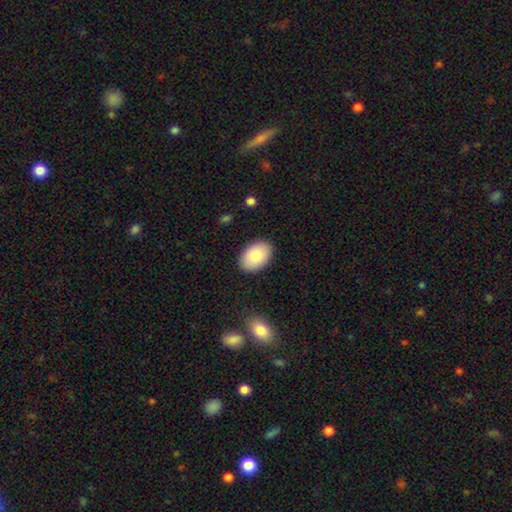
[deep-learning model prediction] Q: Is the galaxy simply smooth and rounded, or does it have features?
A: smooth — 86%.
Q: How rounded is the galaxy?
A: in between — 90%.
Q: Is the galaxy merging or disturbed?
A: none — 88%.